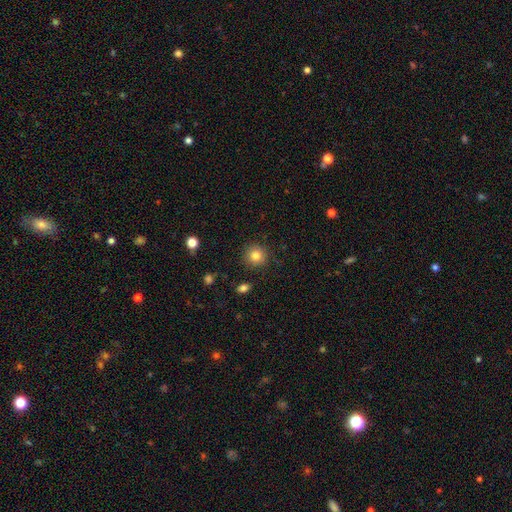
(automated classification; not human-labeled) This appears to be a smooth galaxy with no disk features (82%) that is round (93%). Merging: none (89%).